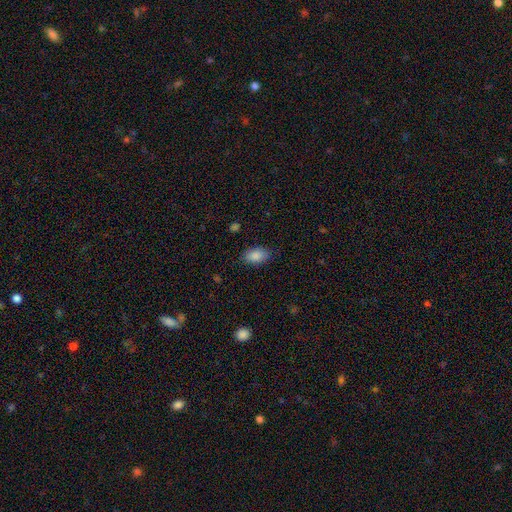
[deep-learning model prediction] Q: Smooth or featured?
A: smooth (87%); runner-up: star or artifact (8%)
Q: How rounded?
A: in between (91%); runner-up: round (7%)
Q: Merging?
A: none (84%); runner-up: minor disturbance (12%)